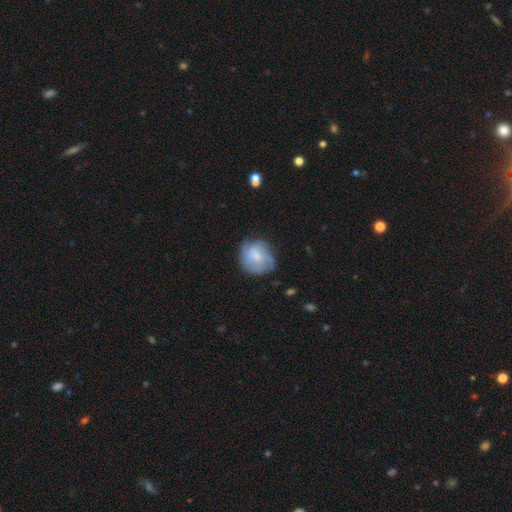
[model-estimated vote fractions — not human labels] Smooth or featured?
  - smooth: 50% *
  - featured or disk: 42%
  - star or artifact: 8%
How rounded?
  - round: 72% *
  - in between: 27%
  - cigar-shaped: 1%
Merging?
  - none: 60% *
  - minor disturbance: 26%
  - major disturbance: 12%
  - merger: 2%